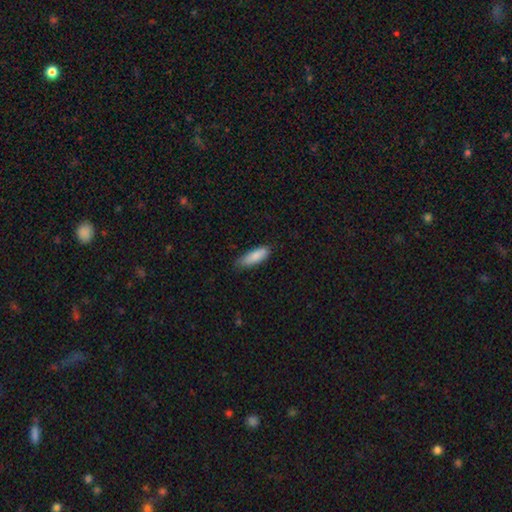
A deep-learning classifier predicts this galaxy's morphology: Overall: smooth (87%). How rounded: in between (57%; cigar-shaped 41%). Merging: none (74%).